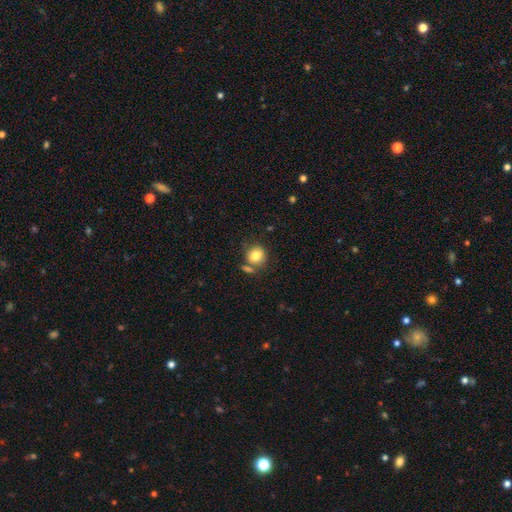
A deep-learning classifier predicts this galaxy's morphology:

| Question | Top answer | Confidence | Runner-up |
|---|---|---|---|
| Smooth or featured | smooth | 80% | featured or disk (10%) |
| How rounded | round | 86% | in between (13%) |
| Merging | none | 68% | merger (16%) |